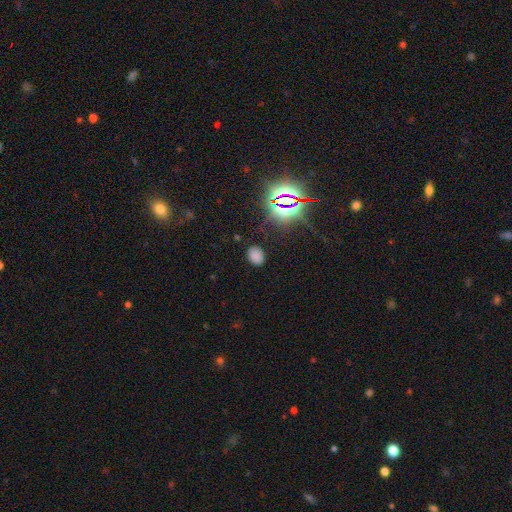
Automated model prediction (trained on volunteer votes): Smooth or featured?
  - smooth: 68% *
  - star or artifact: 26%
  - featured or disk: 6%
How rounded?
  - in between: 68% *
  - round: 31%
  - cigar-shaped: 1%
Merging?
  - none: 81% *
  - minor disturbance: 13%
  - major disturbance: 4%
  - merger: 2%